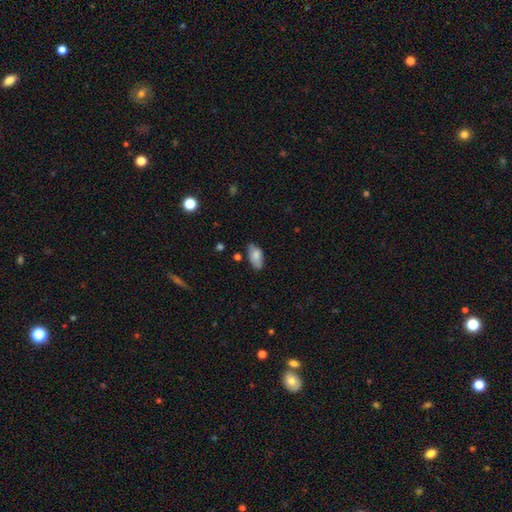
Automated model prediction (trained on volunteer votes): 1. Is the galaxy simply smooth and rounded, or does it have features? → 80% smooth, 13% featured or disk, 7% star or artifact.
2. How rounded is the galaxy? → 92% in between, 4% cigar-shaped, 3% round.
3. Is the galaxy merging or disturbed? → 71% none, 23% minor disturbance, 4% major disturbance, 2% merger.